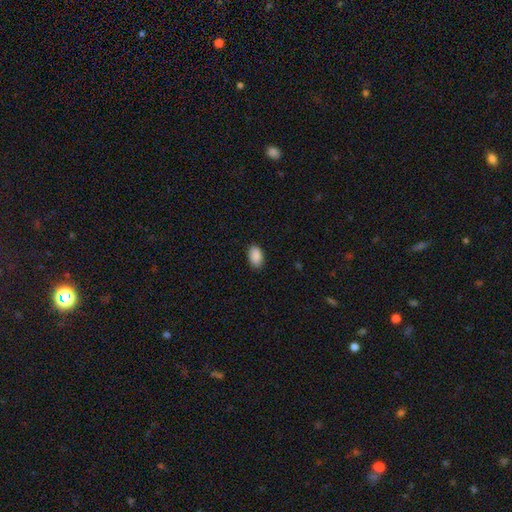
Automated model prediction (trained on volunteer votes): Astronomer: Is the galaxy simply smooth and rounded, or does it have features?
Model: smooth — 90%.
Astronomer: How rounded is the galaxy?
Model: in between — 92%.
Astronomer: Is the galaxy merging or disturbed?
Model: none — 87%.